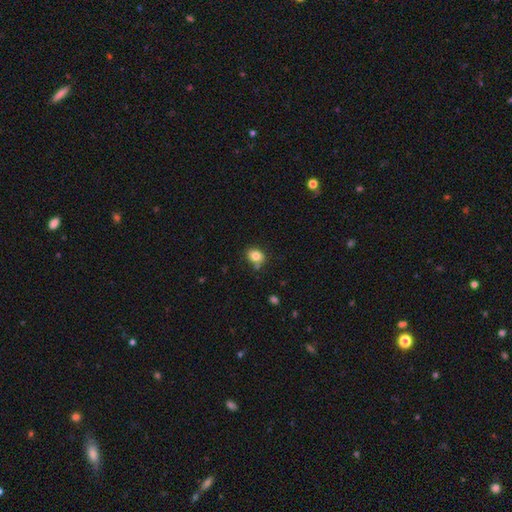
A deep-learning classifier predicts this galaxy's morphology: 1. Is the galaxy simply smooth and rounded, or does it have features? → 82% smooth, 10% star or artifact, 8% featured or disk.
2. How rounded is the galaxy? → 51% round, 48% in between, 1% cigar-shaped.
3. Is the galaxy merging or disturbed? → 71% none, 17% minor disturbance, 8% merger, 4% major disturbance.